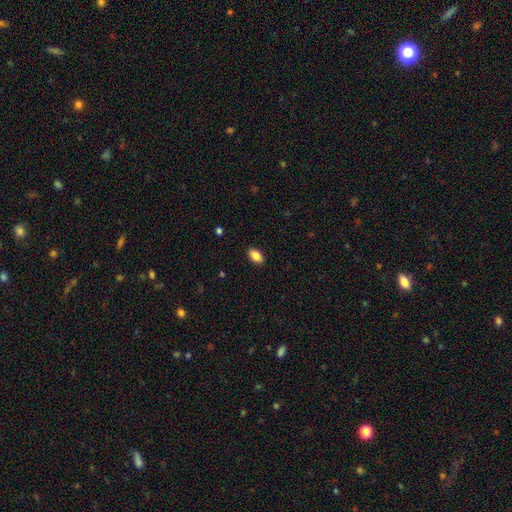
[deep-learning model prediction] The model was most divided on "smooth or featured": smooth: 87%, star or artifact: 8%, featured or disk: 5%. More confident: how rounded — in between (92%); merging — none (89%).